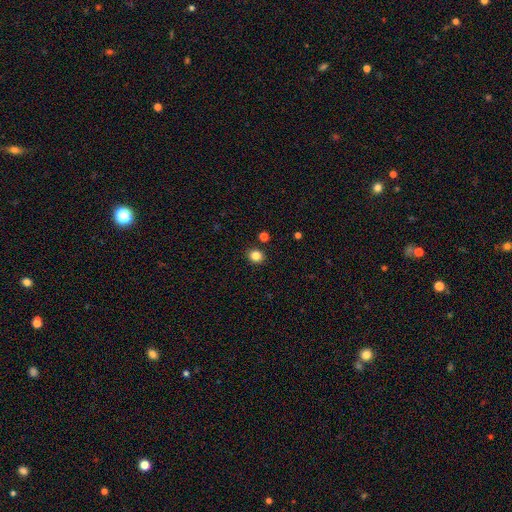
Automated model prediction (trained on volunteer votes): This is clearly a smooth galaxy (84%). How rounded: likely round (77%). Merging: clearly none (89%).